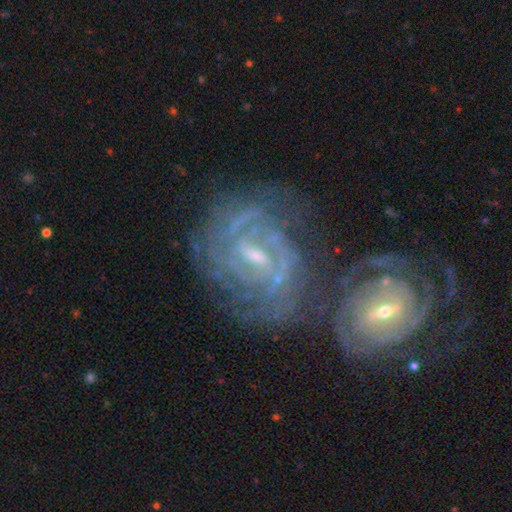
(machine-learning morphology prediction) Smooth or featured: featured or disk — 87% (star or artifact — 7%)
Edge-on disk: no — 97% (yes — 3%)
Bar: weak — 46% (strong — 41%)
Spiral arms: yes — 95% (no — 5%)
Spiral winding: tight — 72% (medium — 24%)
Spiral arm count: can't tell — 36% (2 — 20%)
Bulge size: small — 61% (moderate — 32%)
Merging: merger — 42% (none — 39%)